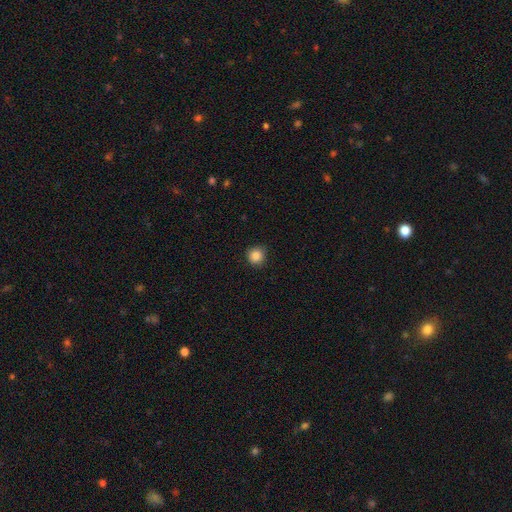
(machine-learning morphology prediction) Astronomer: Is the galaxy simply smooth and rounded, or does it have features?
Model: smooth — 86%.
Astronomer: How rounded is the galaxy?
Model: round — 94%.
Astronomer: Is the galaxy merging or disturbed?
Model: none — 88%.